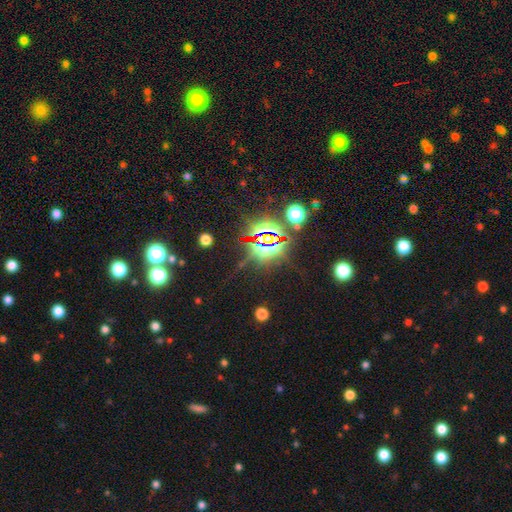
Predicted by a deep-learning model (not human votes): Smooth or featured? star or artifact (81%)